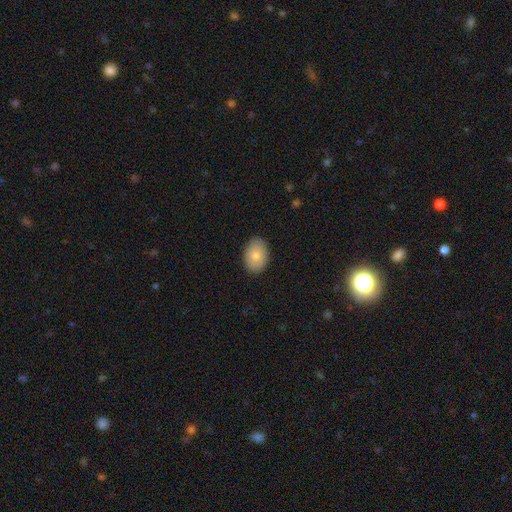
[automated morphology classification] Smooth or featured? Predicted: smooth (p=0.79). How rounded? Predicted: in between (p=0.83). Merging? Predicted: none (p=0.88).